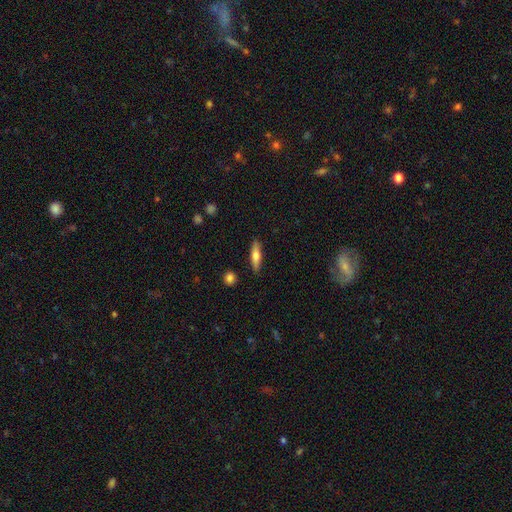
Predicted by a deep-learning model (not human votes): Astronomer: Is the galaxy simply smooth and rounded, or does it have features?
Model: smooth — 66%.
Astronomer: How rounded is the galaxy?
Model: cigar-shaped — 67%.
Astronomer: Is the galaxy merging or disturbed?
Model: none — 88%.